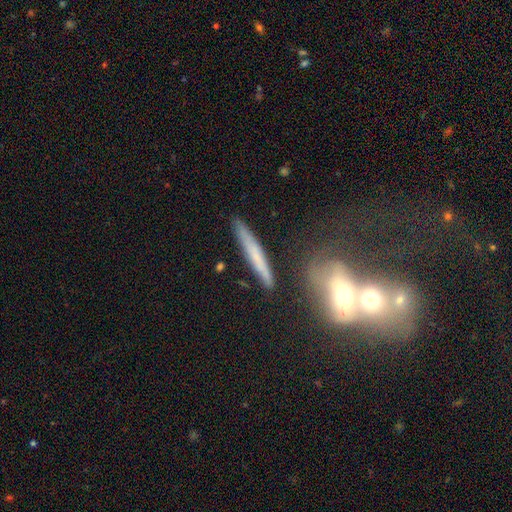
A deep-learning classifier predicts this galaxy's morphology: A smooth galaxy with no disk features (56%) that is cigar-shaped (93%). Merging: none (80%).